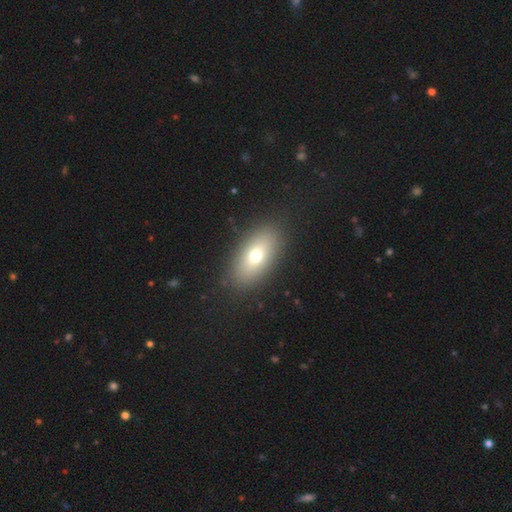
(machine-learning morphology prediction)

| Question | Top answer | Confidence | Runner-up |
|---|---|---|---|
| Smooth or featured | smooth | 69% | featured or disk (20%) |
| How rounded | in between | 86% | round (8%) |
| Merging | none | 87% | minor disturbance (9%) |